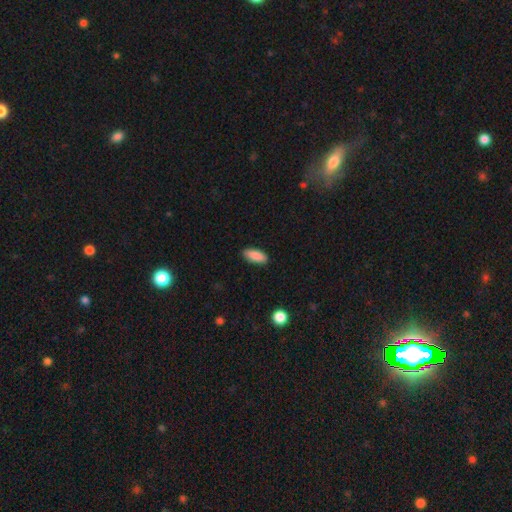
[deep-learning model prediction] A smooth galaxy with no disk features (89%) that is in between round and cigar-shaped (81%).

Vote fractions:
- Smooth or featured? smooth: 89% / star or artifact: 6% / featured or disk: 5%
- How rounded? in between: 81% / cigar-shaped: 17% / round: 2%
- Merging? none: 87% / minor disturbance: 10% / major disturbance: 2% / merger: 1%